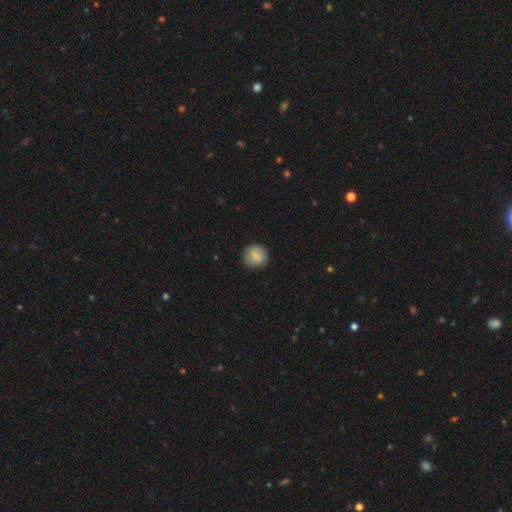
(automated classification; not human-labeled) The model was most divided on "smooth or featured": smooth: 81%, featured or disk: 11%, star or artifact: 8%. More confident: how rounded — round (90%); merging — none (87%).